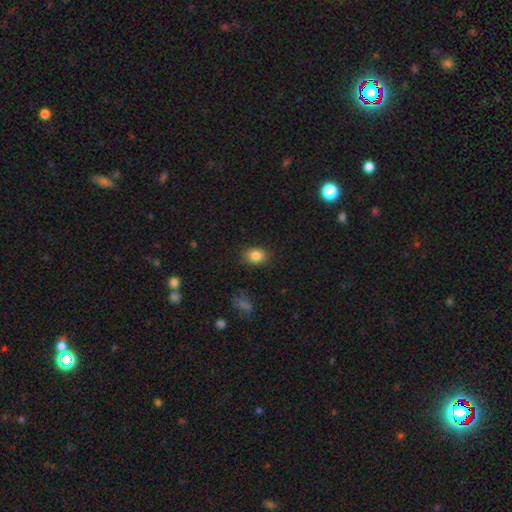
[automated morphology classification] Overall: smooth (85%). How rounded: in between (58%; round 41%). Merging: none (86%).